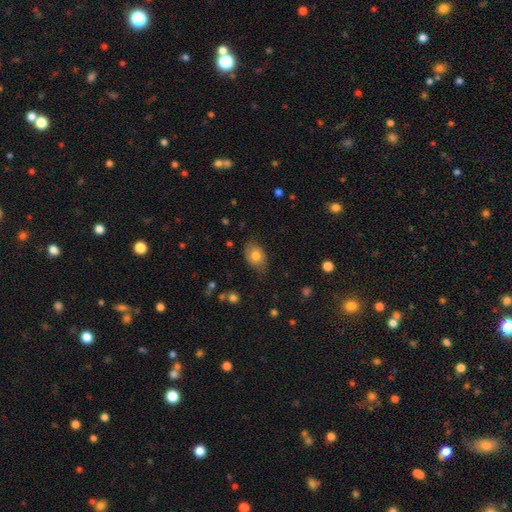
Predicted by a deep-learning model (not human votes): Smooth or featured? Predicted: smooth (p=0.76). How rounded? Predicted: in between (p=0.82). Merging? Predicted: none (p=0.71).